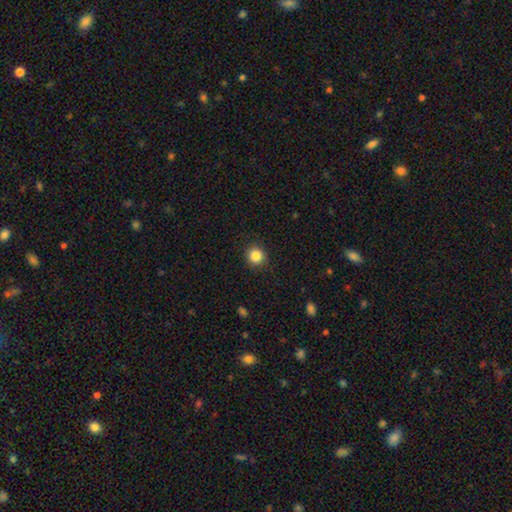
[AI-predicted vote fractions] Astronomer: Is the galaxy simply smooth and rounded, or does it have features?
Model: smooth — 85%.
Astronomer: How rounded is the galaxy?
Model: round — 92%.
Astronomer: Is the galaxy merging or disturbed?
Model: none — 91%.